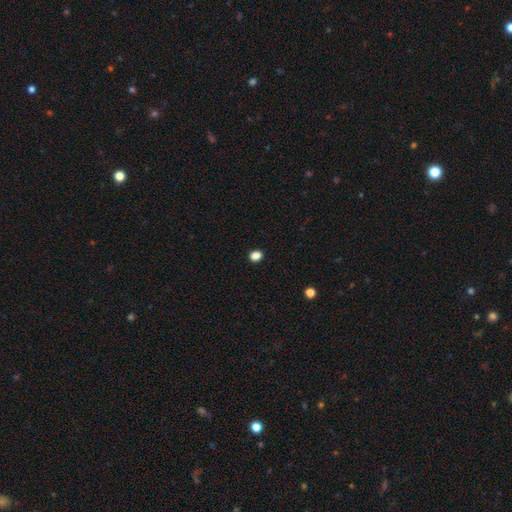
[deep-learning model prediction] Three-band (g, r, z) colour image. It shows a smooth galaxy with no disk features (85%) that is round (57%). Merging: none (91%).